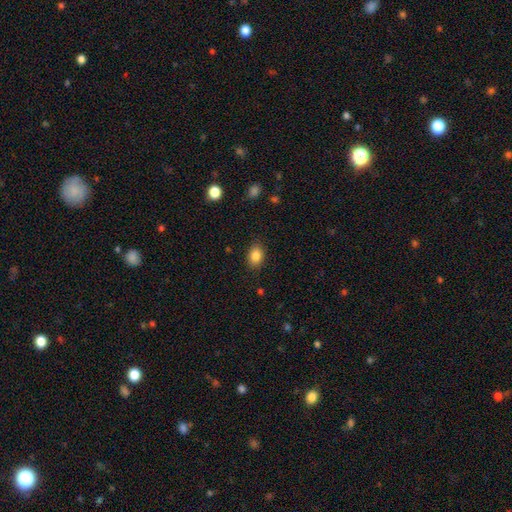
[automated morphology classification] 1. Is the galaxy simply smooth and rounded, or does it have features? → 85% smooth, 9% star or artifact, 6% featured or disk.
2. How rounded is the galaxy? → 78% in between, 21% round, 1% cigar-shaped.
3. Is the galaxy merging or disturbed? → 86% none, 10% minor disturbance, 3% major disturbance, 1% merger.